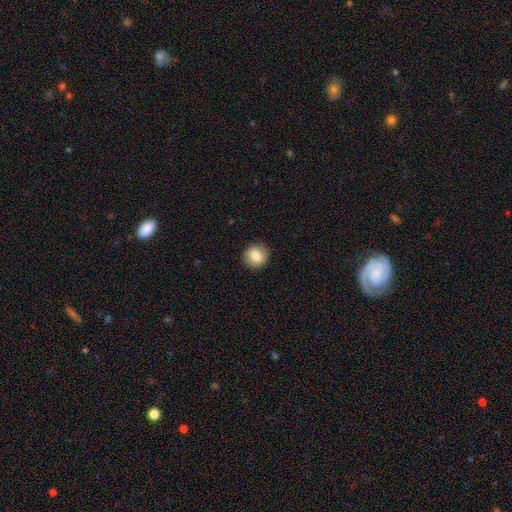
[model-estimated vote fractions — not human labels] smooth-or-featured: smooth: 81% | featured or disk: 11% | star or artifact: 8%
  how-rounded: round: 85% | in between: 14% | cigar-shaped: 1%
  merging: none: 89% | minor disturbance: 7% | major disturbance: 2% | merger: 1%